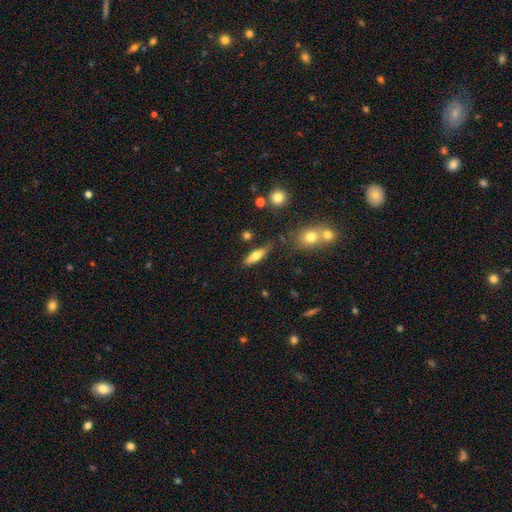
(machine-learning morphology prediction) Smooth or featured? Predicted: smooth (p=0.64). How rounded? Predicted: cigar-shaped (p=0.49). Merging? Predicted: none (p=0.71).